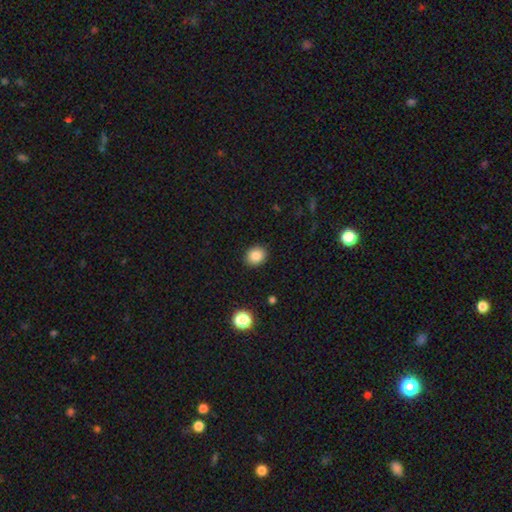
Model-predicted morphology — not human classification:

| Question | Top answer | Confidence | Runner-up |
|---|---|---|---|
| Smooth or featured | smooth | 85% | star or artifact (10%) |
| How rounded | round | 60% | in between (39%) |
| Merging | none | 90% | minor disturbance (7%) |